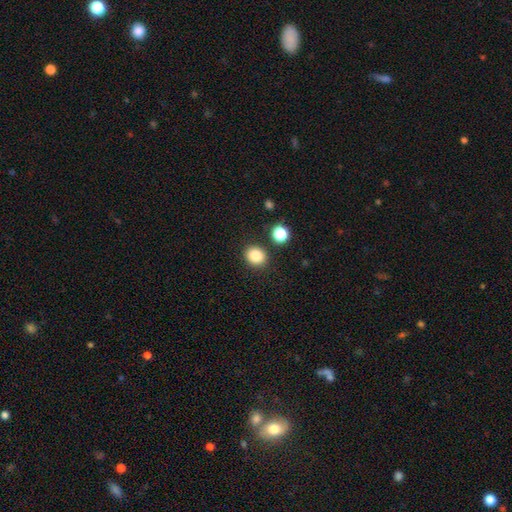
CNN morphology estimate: smooth-or-featured: smooth: 84% | star or artifact: 11% | featured or disk: 5%
  how-rounded: round: 74% | in between: 25% | cigar-shaped: 1%
  merging: none: 86% | minor disturbance: 7% | merger: 4% | major disturbance: 2%